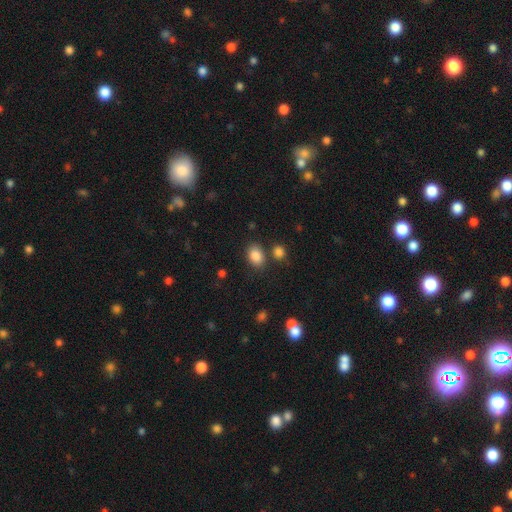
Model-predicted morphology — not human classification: Q: Smooth or featured?
A: smooth (86%); runner-up: star or artifact (9%)
Q: How rounded?
A: in between (76%); runner-up: round (23%)
Q: Merging?
A: none (76%); runner-up: minor disturbance (11%)